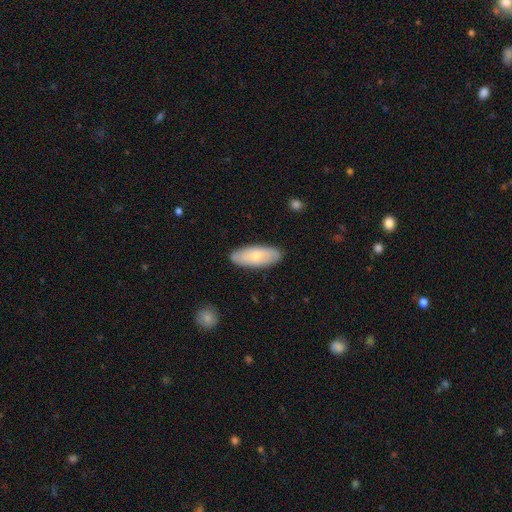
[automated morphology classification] type=smooth (63%); roundness=in between (81%); merging=none (87%).